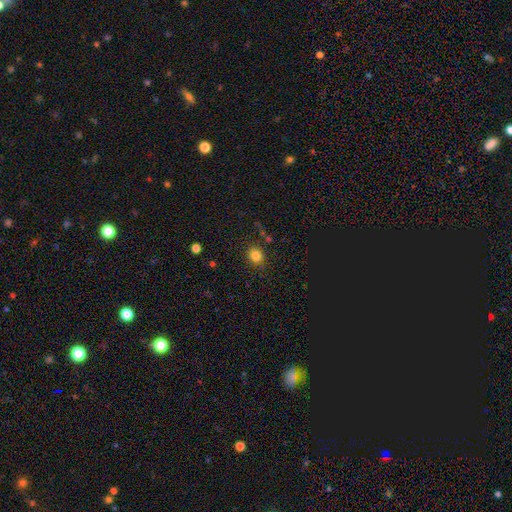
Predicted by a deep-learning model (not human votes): A smooth galaxy with no disk features (82%) that is round (63%).

Vote fractions:
- Smooth or featured? smooth: 82% / star or artifact: 13% / featured or disk: 6%
- How rounded? round: 63% / in between: 36% / cigar-shaped: 1%
- Merging? none: 81% / minor disturbance: 12% / major disturbance: 4% / merger: 3%